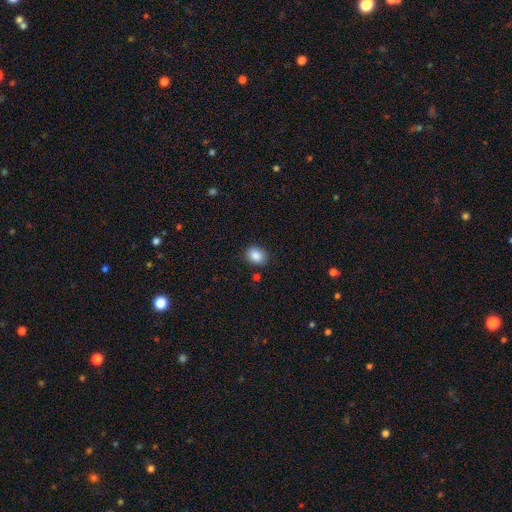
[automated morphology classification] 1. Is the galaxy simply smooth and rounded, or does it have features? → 87% smooth, 9% star or artifact, 5% featured or disk.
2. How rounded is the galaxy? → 59% in between, 40% round, 1% cigar-shaped.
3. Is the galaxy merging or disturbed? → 85% none, 10% minor disturbance, 2% major disturbance, 2% merger.